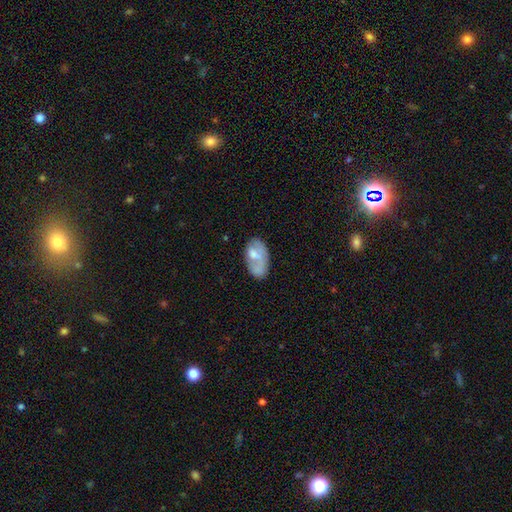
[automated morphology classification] A smooth galaxy with no disk features (54%) that is in between round and cigar-shaped (93%). Merging: none (47%).